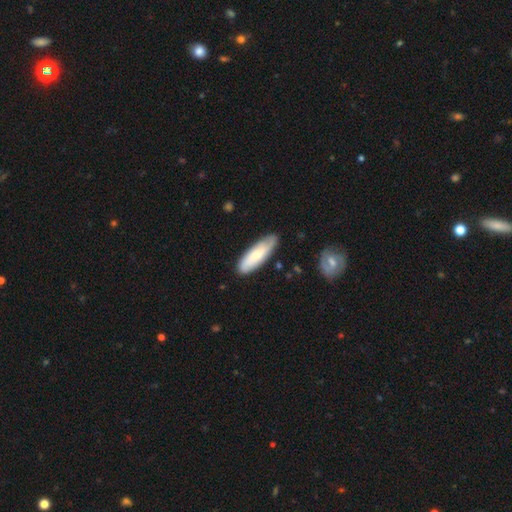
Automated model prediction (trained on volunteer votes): Morphology: type=smooth (64%); roundness=in between (53%); merging=none (81%).